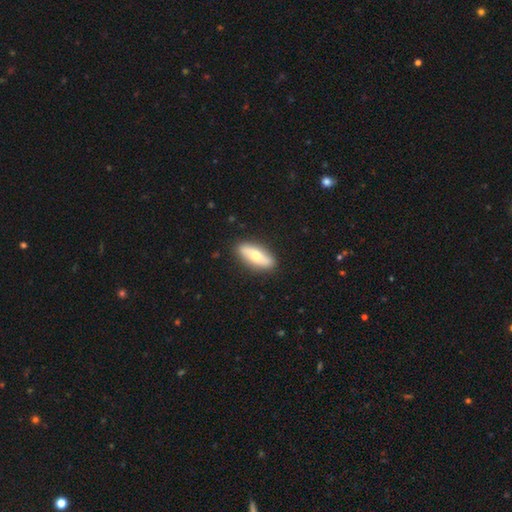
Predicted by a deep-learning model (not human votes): A smooth galaxy with no disk features (60%) that is in between round and cigar-shaped (68%). Merging: none (88%).